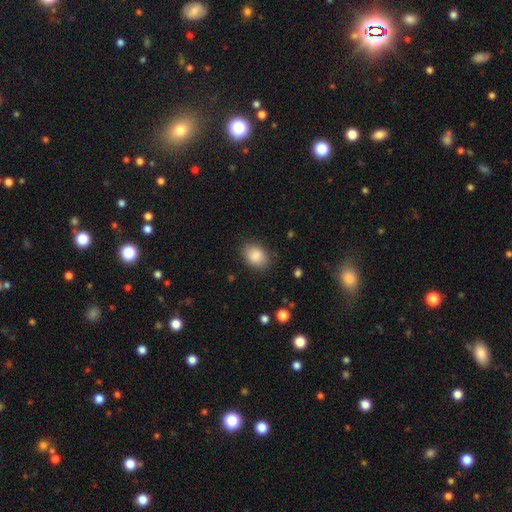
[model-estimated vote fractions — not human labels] The model was most divided on "how rounded": in between: 65%, round: 34%, cigar-shaped: 1%. More confident: smooth or featured — smooth (88%); merging — none (84%).